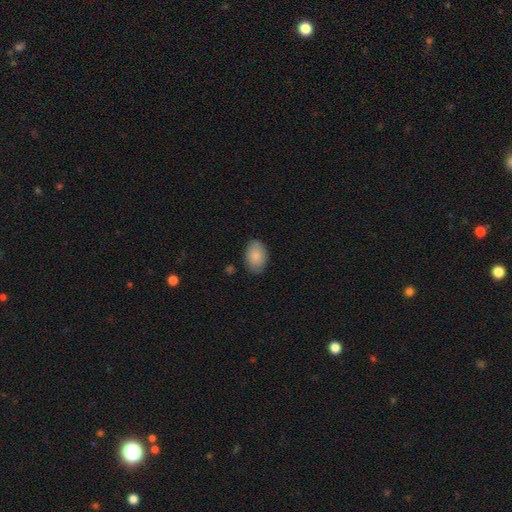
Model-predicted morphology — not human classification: The model was most divided on "merging": none: 82%, minor disturbance: 14%, major disturbance: 3%, merger: 1%. More confident: how rounded — in between (86%); smooth or featured — smooth (84%).